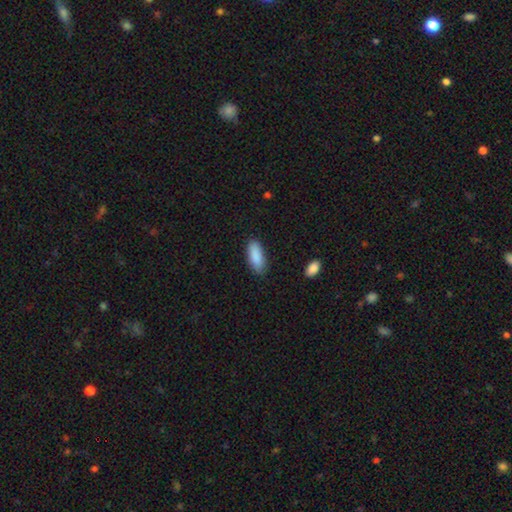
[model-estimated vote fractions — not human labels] smooth-or-featured: smooth: 89% | star or artifact: 6% | featured or disk: 5%
  how-rounded: in between: 77% | cigar-shaped: 22% | round: 2%
  merging: none: 83% | minor disturbance: 13% | major disturbance: 3% | merger: 1%